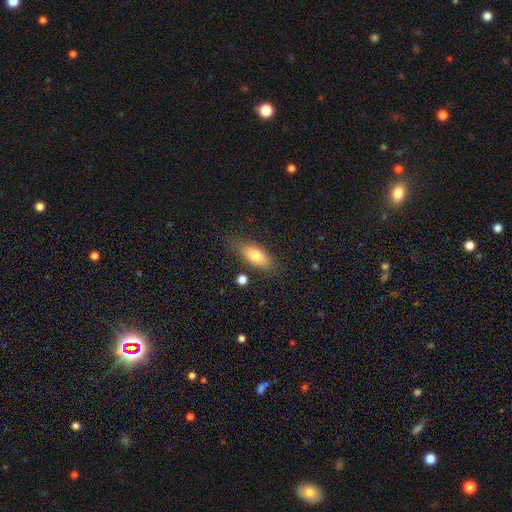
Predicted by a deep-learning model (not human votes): A smooth galaxy with no disk features (76%) that is in between round and cigar-shaped (81%). Merging: none (76%).